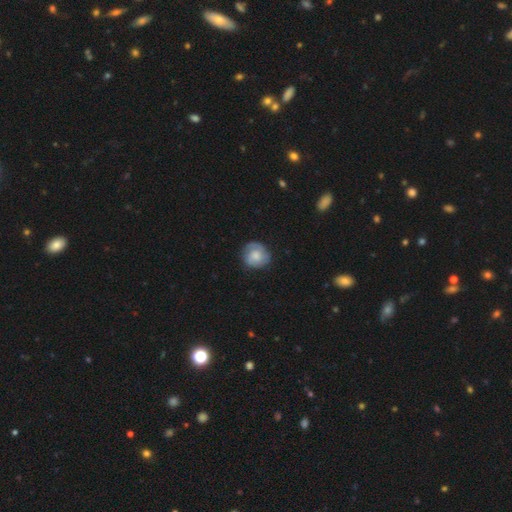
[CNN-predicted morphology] Overall: smooth (51%; featured or disk 42%). How rounded: round (85%). Merging: none (73%).